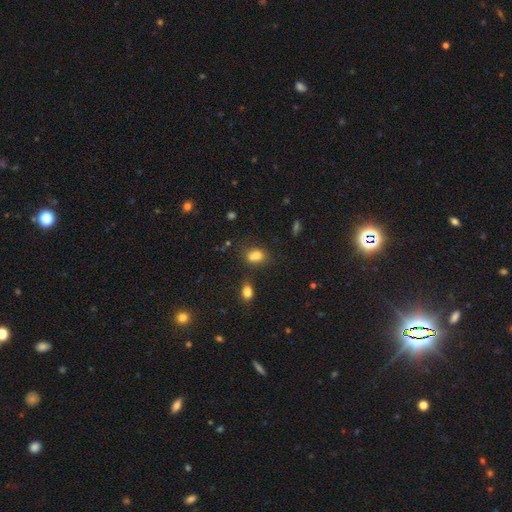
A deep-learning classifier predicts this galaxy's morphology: The model was most divided on "merging": none: 40%, merger: 38%, minor disturbance: 16%, major disturbance: 6%. More confident: smooth or featured — smooth (75%); how rounded — in between (62%).